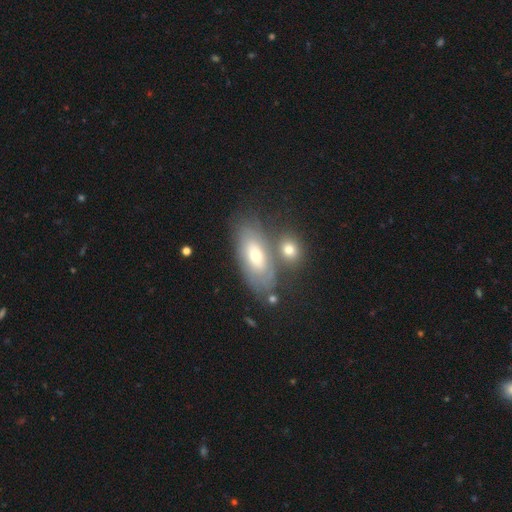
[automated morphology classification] A smooth galaxy with no disk features (48%). Merging: none (56%).